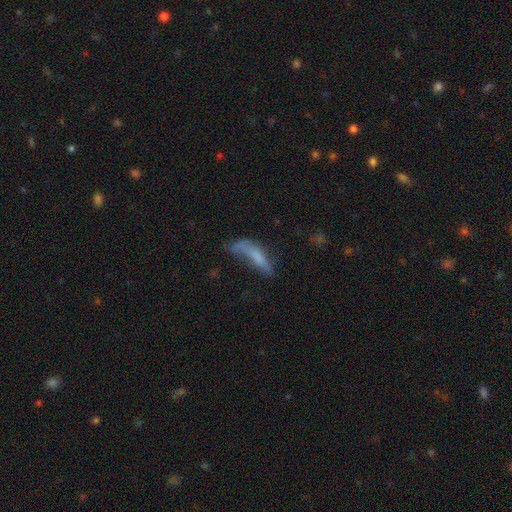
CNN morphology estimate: smooth_or_featured: smooth (p=0.58) [alt: featured or disk p=0.31]
how_rounded: cigar-shaped (p=0.62) [alt: in between p=0.36]
merging: major disturbance (p=0.38) [alt: none p=0.28]